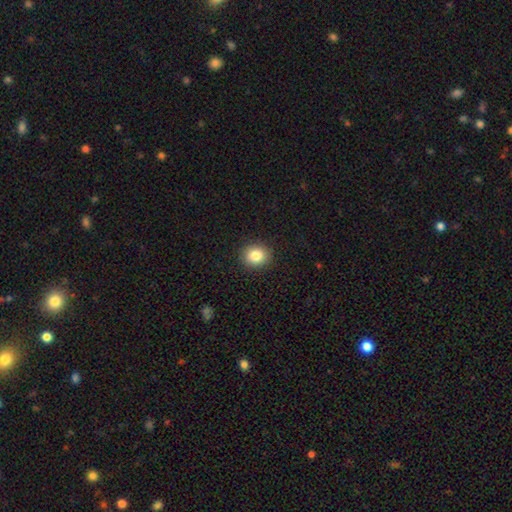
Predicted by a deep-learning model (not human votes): smooth 85%, star or artifact 10%, featured or disk 6%. Down the decision tree: how rounded — round (74%); merging — none (91%).